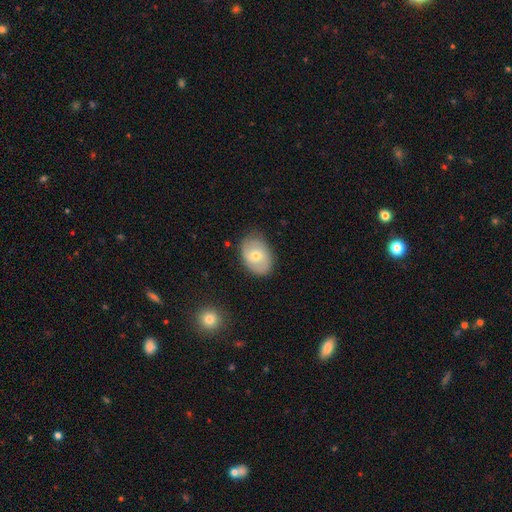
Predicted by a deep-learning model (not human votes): Overall: smooth (59%; featured or disk 33%). How rounded: in between (78%). Merging: none (77%).